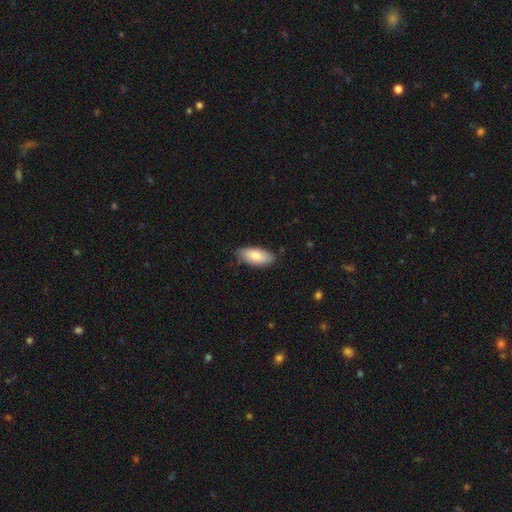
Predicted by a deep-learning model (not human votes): The model was most divided on "merging": none: 80%, minor disturbance: 16%, major disturbance: 2%, merger: 1%. More confident: how rounded — in between (88%); smooth or featured — smooth (82%).